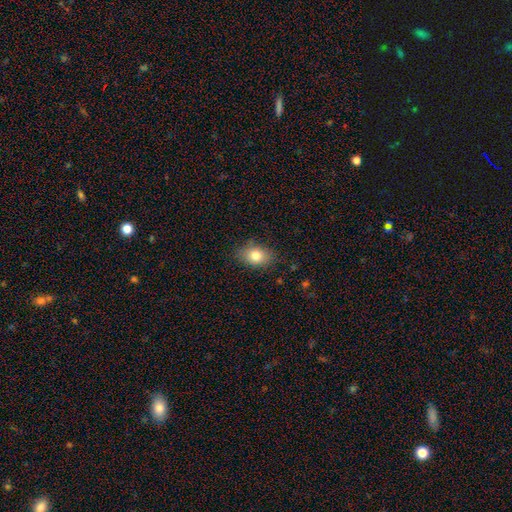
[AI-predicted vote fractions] Q: Smooth or featured?
A: smooth (80%); runner-up: featured or disk (10%)
Q: How rounded?
A: in between (72%); runner-up: round (27%)
Q: Merging?
A: none (83%); runner-up: minor disturbance (13%)